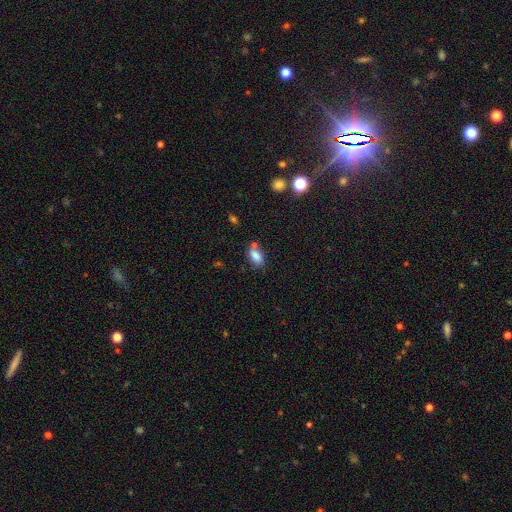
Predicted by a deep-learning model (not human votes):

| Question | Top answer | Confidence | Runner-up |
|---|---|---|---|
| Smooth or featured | smooth | 82% | star or artifact (10%) |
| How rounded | in between | 89% | round (7%) |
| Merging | none | 58% | merger (19%) |